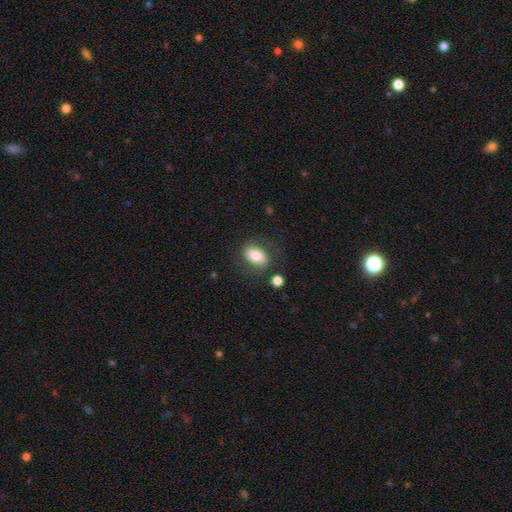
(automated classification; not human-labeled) This is likely a smooth galaxy (75%). How rounded: clearly in between (86%). Merging: likely none (73%).